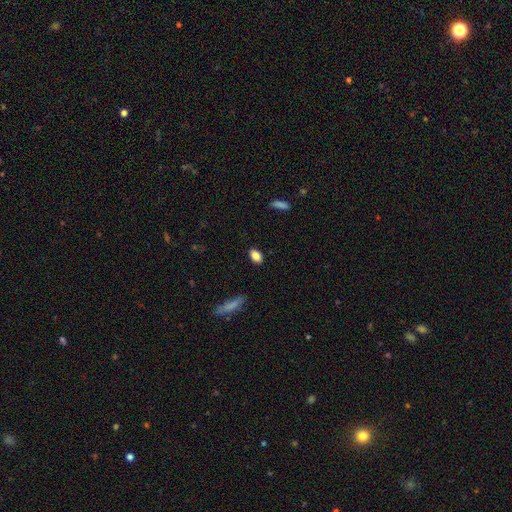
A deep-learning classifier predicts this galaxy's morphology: type=smooth (85%); roundness=in between (87%); merging=none (87%).